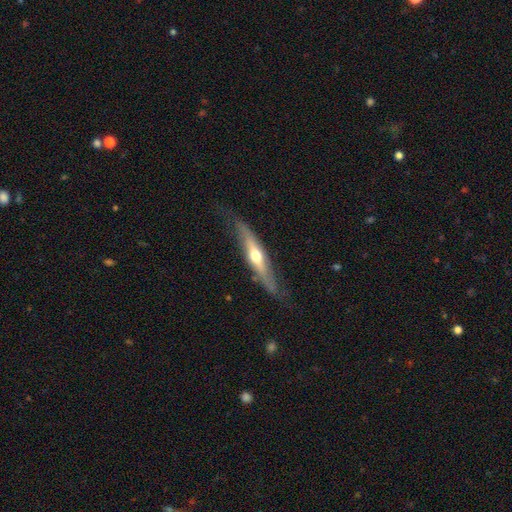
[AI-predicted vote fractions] Overall: featured or disk (71%). Edge-on disk: yes (82%). Edge-on bulge: rounded (89%). Merging: none (71%).